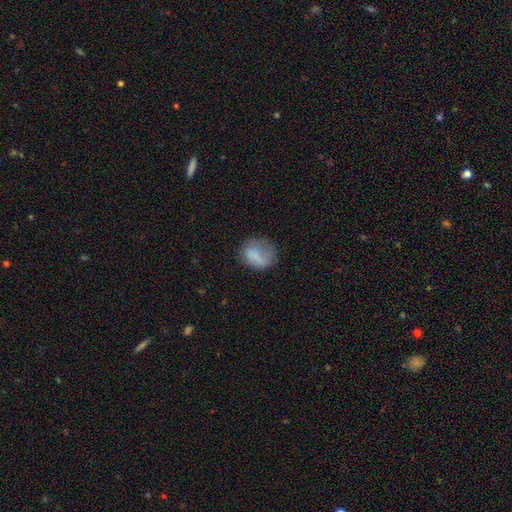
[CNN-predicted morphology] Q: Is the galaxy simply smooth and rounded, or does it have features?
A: smooth — 74%.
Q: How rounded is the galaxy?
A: in between — 51%.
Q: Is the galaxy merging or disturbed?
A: none — 47%.